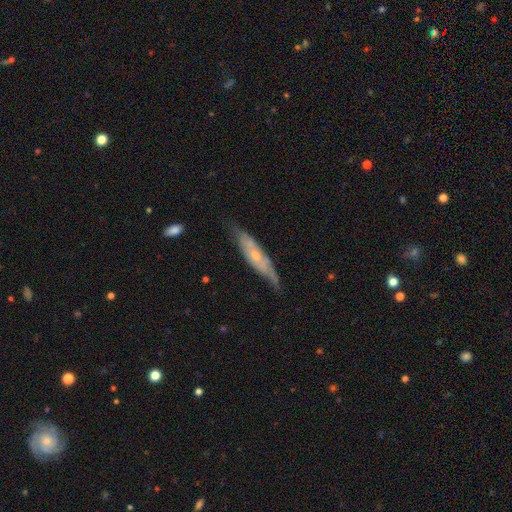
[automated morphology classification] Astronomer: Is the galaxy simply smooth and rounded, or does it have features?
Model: featured or disk — 64%.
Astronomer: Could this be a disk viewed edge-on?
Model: yes — 50%, tied with no at 50%.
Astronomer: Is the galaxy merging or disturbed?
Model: none — 62%.